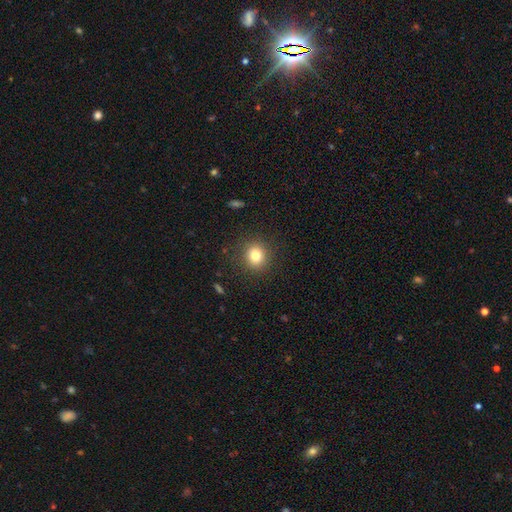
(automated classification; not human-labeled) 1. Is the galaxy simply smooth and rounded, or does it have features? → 81% smooth, 11% star or artifact, 8% featured or disk.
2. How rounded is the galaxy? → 82% round, 17% in between, 1% cigar-shaped.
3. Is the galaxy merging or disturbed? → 89% none, 7% minor disturbance, 3% major disturbance, 1% merger.